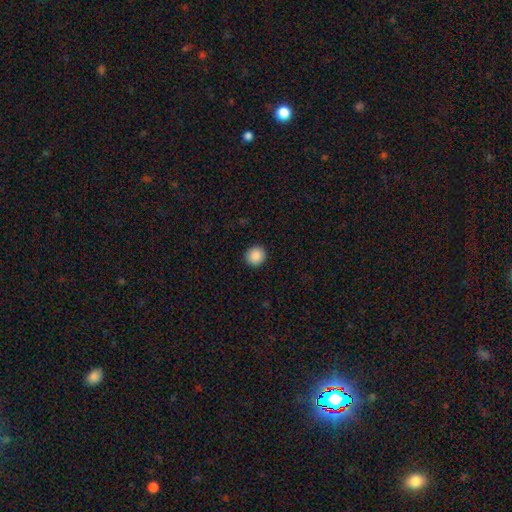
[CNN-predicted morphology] type=smooth (89%); roundness=round (90%); merging=none (92%).